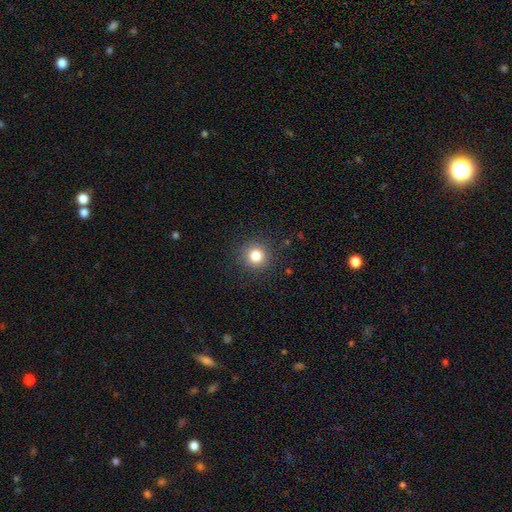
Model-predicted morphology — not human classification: A smooth galaxy with no disk features (82%) that is round (94%).

Vote fractions:
- Smooth or featured? smooth: 82% / star or artifact: 12% / featured or disk: 6%
- How rounded? round: 94% / in between: 6% / cigar-shaped: 1%
- Merging? none: 90% / minor disturbance: 6% / major disturbance: 3% / merger: 1%